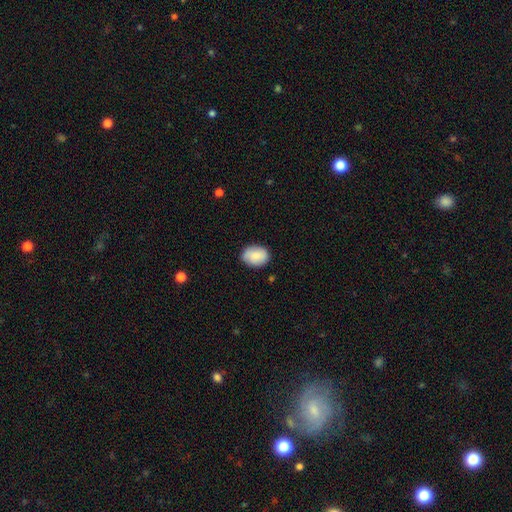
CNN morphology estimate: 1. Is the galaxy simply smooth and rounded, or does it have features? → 81% smooth, 12% featured or disk, 7% star or artifact.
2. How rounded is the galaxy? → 68% in between, 31% round, 1% cigar-shaped.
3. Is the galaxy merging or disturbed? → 82% none, 14% minor disturbance, 3% major disturbance, 1% merger.